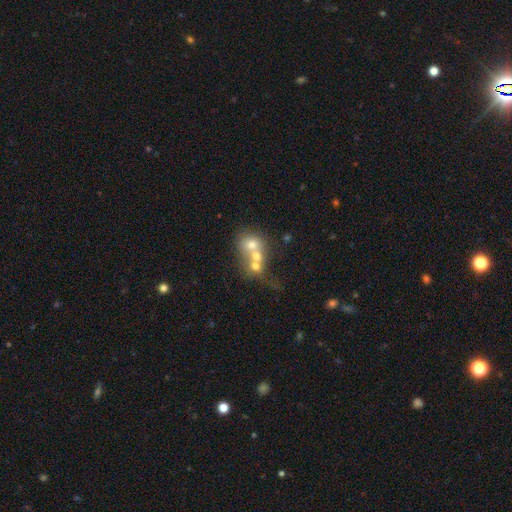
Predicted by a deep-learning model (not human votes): This is possibly a smooth galaxy (52%). How rounded: likely round (70%). Merging: likely merger (64%).